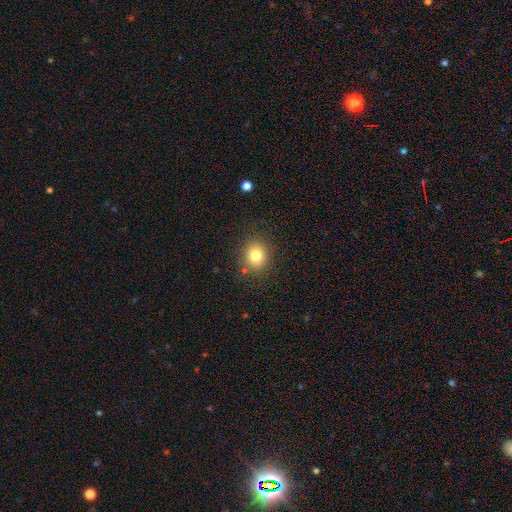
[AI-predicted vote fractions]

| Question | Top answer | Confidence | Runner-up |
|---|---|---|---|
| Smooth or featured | smooth | 79% | star or artifact (12%) |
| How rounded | round | 77% | in between (22%) |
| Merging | none | 85% | minor disturbance (9%) |